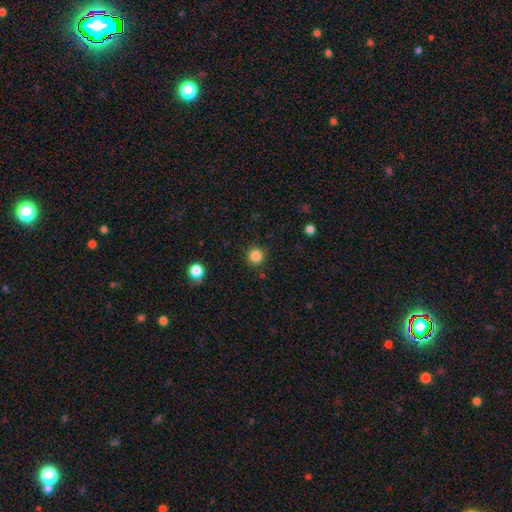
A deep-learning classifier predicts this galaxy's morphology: Smooth or featured: smooth — 85% (star or artifact — 12%)
How rounded: round — 95% (in between — 4%)
Merging: none — 90% (minor disturbance — 7%)